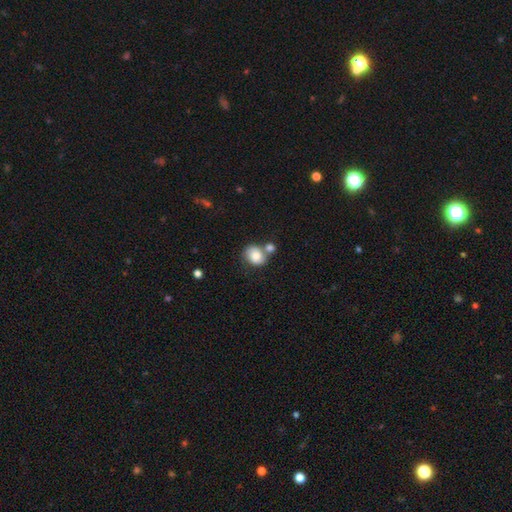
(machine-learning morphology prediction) This is likely a smooth galaxy (73%). How rounded: possibly round (58%). Merging: marginally none (43%).